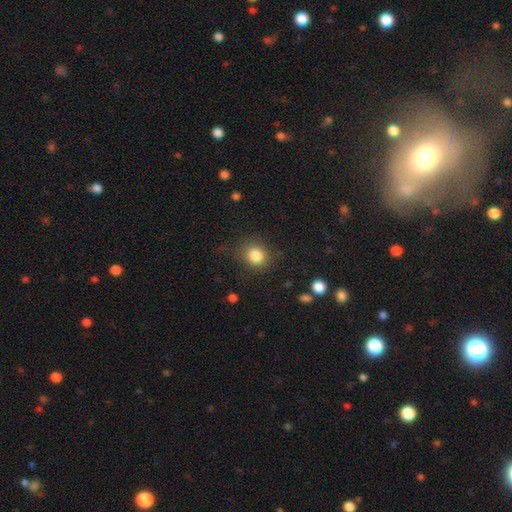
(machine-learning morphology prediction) This is clearly a smooth galaxy (84%). How rounded: likely round (78%). Merging: likely none (80%).